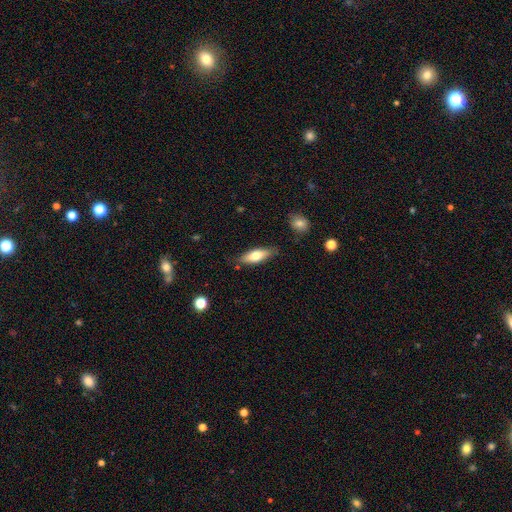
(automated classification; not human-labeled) smooth-or-featured: smooth: 69% | featured or disk: 25% | star or artifact: 6%
  how-rounded: in between: 64% | cigar-shaped: 34% | round: 2%
  merging: none: 81% | minor disturbance: 14% | major disturbance: 3% | merger: 2%